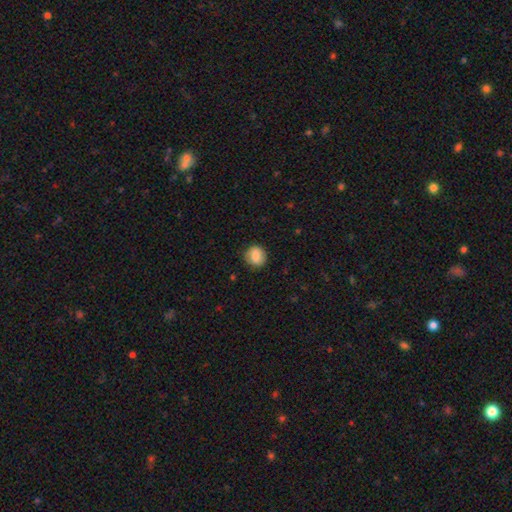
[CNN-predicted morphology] Smooth or featured: smooth — 80% (featured or disk — 12%)
How rounded: round — 81% (in between — 18%)
Merging: none — 83% (minor disturbance — 12%)